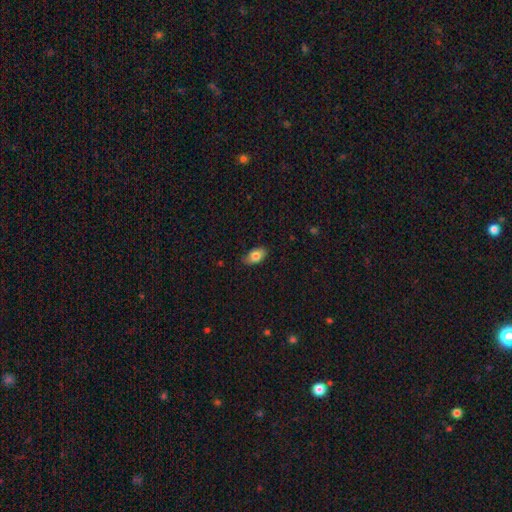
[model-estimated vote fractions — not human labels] Smooth or featured: smooth — 79% (featured or disk — 14%)
How rounded: in between — 92% (round — 5%)
Merging: none — 76% (minor disturbance — 20%)